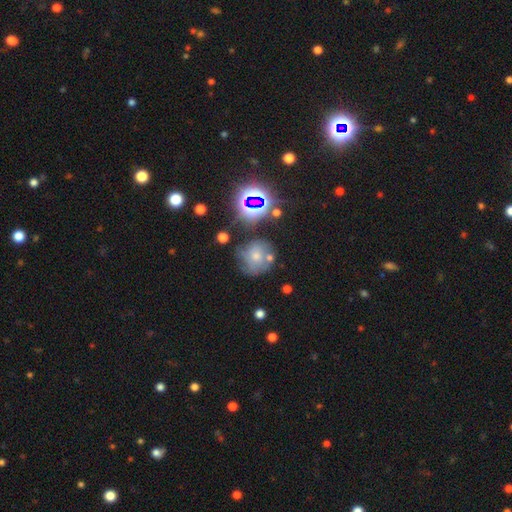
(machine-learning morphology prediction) Smooth or featured?
  - smooth: 49% *
  - featured or disk: 28%
  - star or artifact: 22%
Merging?
  - none: 50% *
  - minor disturbance: 23%
  - merger: 14%
  - major disturbance: 13%